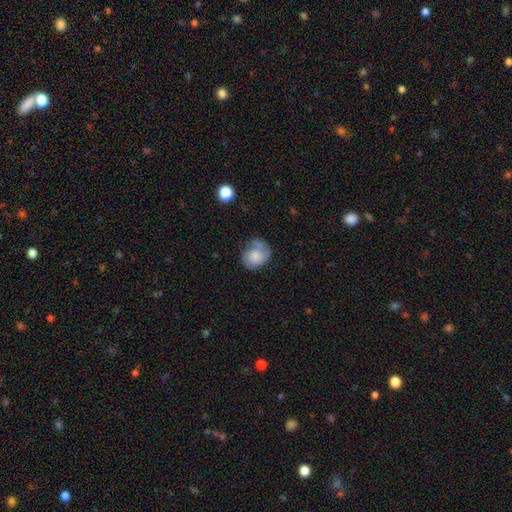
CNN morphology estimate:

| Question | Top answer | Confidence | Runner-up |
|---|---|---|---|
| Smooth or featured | smooth | 64% | featured or disk (28%) |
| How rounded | round | 58% | in between (41%) |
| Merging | none | 43% | minor disturbance (32%) |